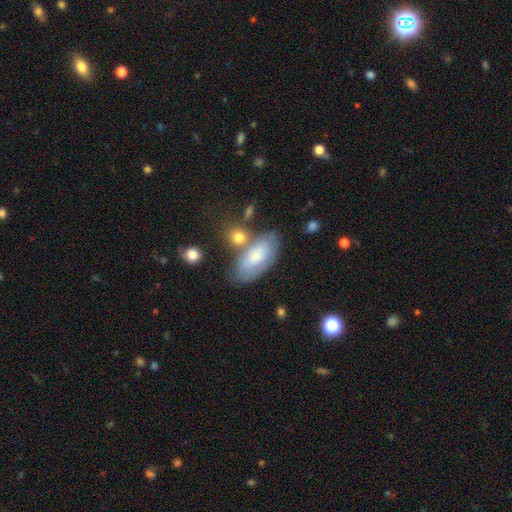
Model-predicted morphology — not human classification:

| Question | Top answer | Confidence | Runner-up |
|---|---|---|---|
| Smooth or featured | smooth | 66% | featured or disk (27%) |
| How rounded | in between | 91% | cigar-shaped (5%) |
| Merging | none | 59% | minor disturbance (19%) |